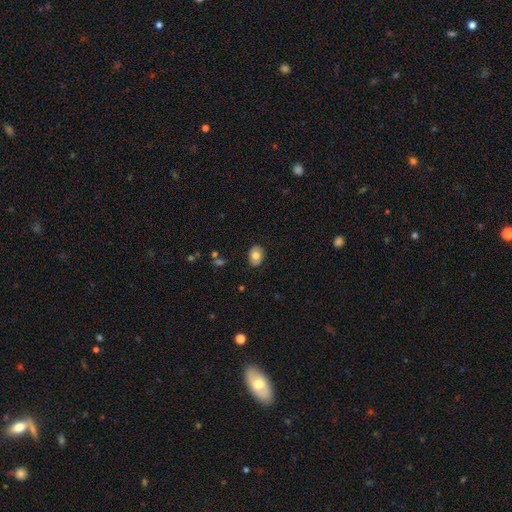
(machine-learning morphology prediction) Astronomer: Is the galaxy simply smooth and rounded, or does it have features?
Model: smooth — 75%.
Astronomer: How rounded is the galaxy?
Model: in between — 69%.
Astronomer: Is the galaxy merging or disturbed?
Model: none — 85%.